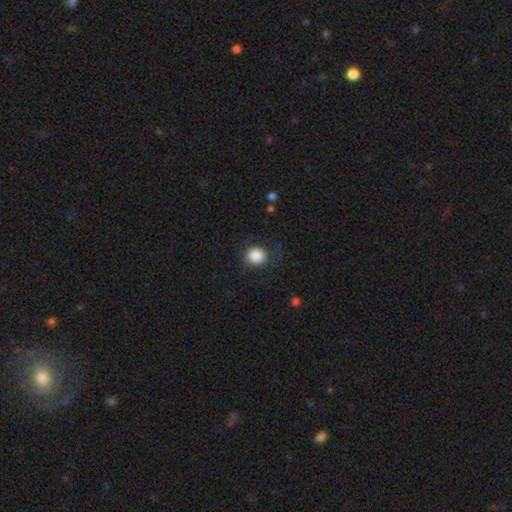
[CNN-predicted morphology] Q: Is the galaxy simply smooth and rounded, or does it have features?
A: smooth — 85%.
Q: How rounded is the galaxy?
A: round — 84%.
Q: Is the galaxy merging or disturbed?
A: none — 77%.